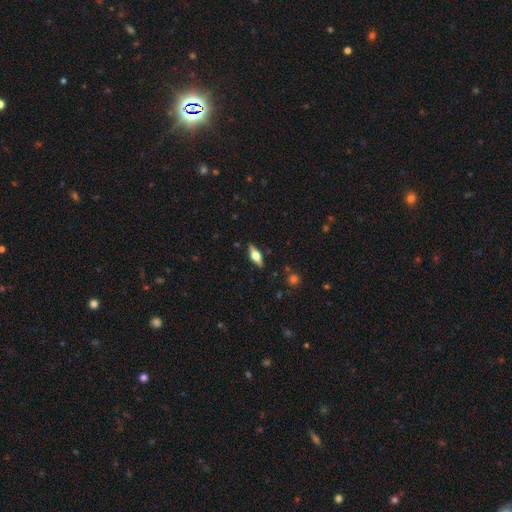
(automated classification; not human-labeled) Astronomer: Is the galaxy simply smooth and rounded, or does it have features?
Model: featured or disk — 54% (runner-up: smooth, 39%).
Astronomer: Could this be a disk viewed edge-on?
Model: yes — 93%.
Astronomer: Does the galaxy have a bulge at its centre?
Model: rounded — 92%.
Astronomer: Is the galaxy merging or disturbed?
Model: none — 87%.